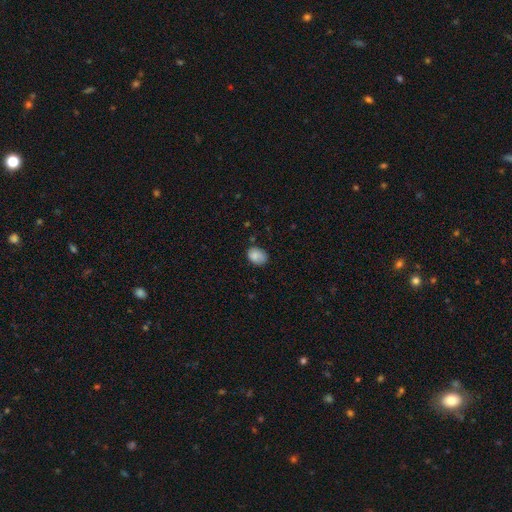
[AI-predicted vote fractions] A smooth galaxy with no disk features (83%) that is in between round and cigar-shaped (63%).

Vote fractions:
- Smooth or featured? smooth: 83% / star or artifact: 9% / featured or disk: 8%
- How rounded? in between: 63% / round: 37% / cigar-shaped: 1%
- Merging? none: 64% / minor disturbance: 27% / major disturbance: 6% / merger: 3%